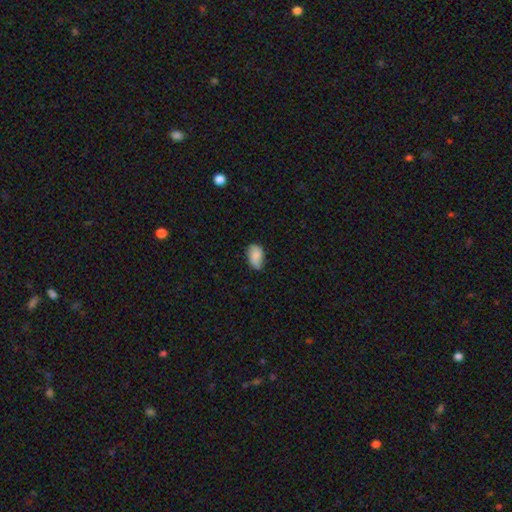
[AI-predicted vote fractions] Morphology: type=smooth (82%); roundness=in between (91%); merging=none (56%).